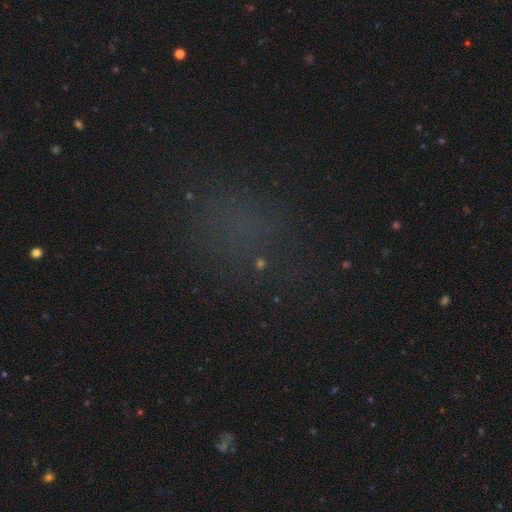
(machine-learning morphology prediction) Smooth or featured? Predicted: star or artifact (p=0.50).